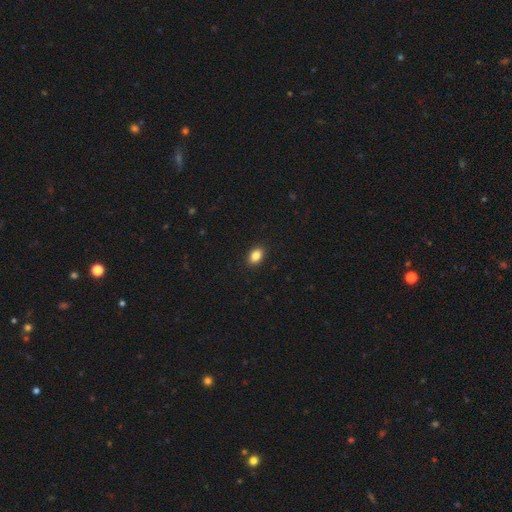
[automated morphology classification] The model was most divided on "how rounded": in between: 85%, round: 13%, cigar-shaped: 2%. More confident: merging — none (91%); smooth or featured — smooth (86%).